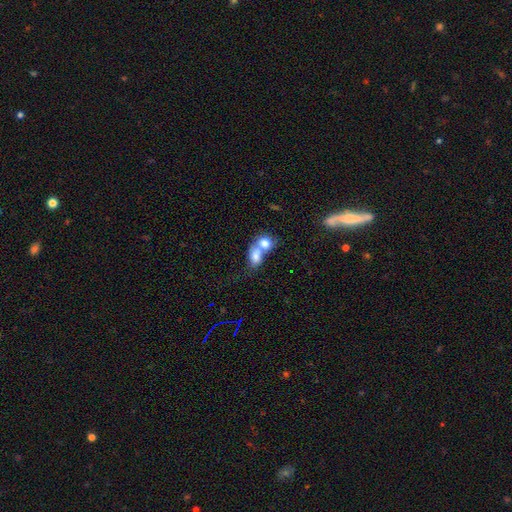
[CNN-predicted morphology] smooth-or-featured: smooth: 76% | featured or disk: 15% | star or artifact: 9%
  how-rounded: in between: 59% | round: 39% | cigar-shaped: 2%
  merging: merger: 75% | none: 16% | minor disturbance: 5% | major disturbance: 4%